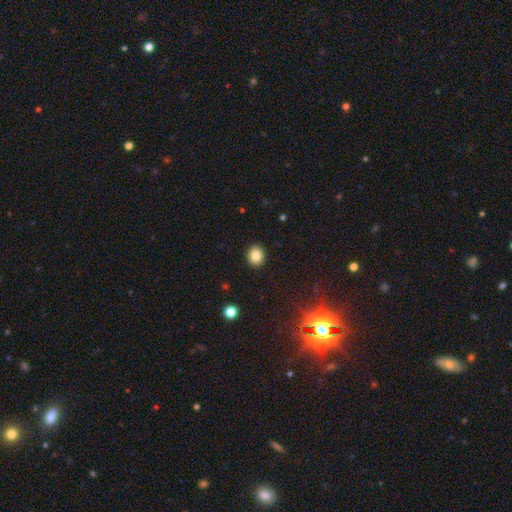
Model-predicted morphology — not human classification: This is clearly a smooth galaxy (84%). How rounded: likely round (73%). Merging: clearly none (92%).